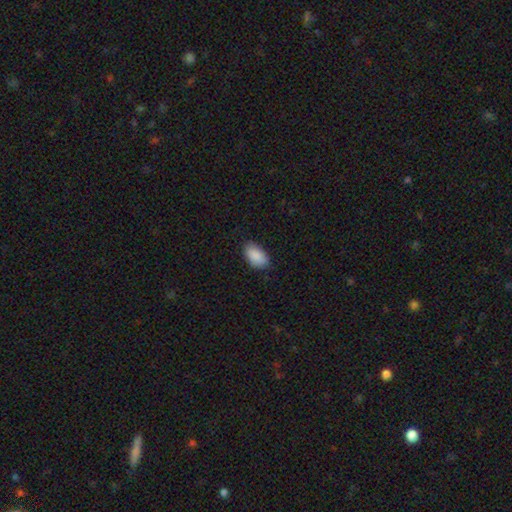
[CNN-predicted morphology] Overall: smooth (90%). How rounded: in between (94%). Merging: none (81%).